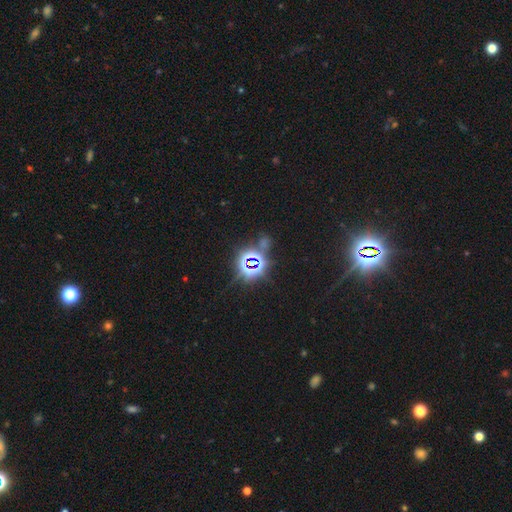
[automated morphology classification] Smooth or featured?
  - star or artifact: 82% *
  - smooth: 11%
  - featured or disk: 7%